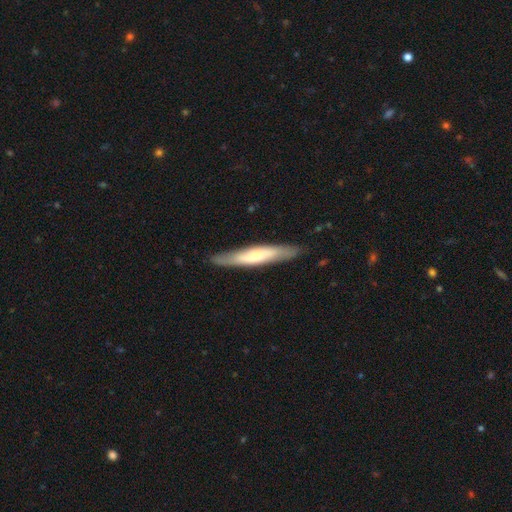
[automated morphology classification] A smooth galaxy with no disk features (52%) that is cigar-shaped (90%). Merging: none (86%).